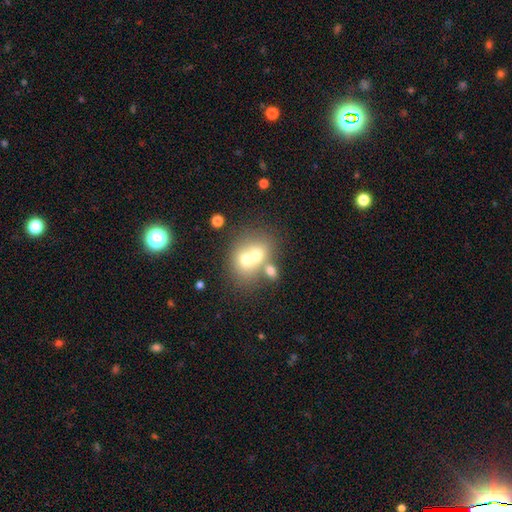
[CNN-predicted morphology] smooth 62%, featured or disk 26%, star or artifact 12%. Down the decision tree: how rounded — round (58%); merging — merger (64%).